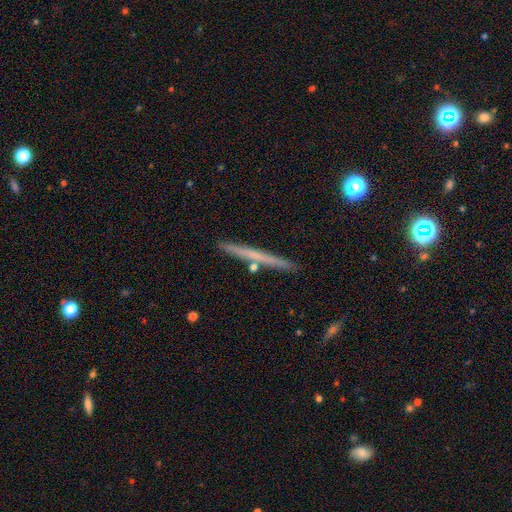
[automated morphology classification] A smooth galaxy with no disk features (49%).

Vote fractions:
- Smooth or featured? smooth: 49% / featured or disk: 44% / star or artifact: 7%
- Merging? none: 89% / minor disturbance: 7% / merger: 3% / major disturbance: 1%